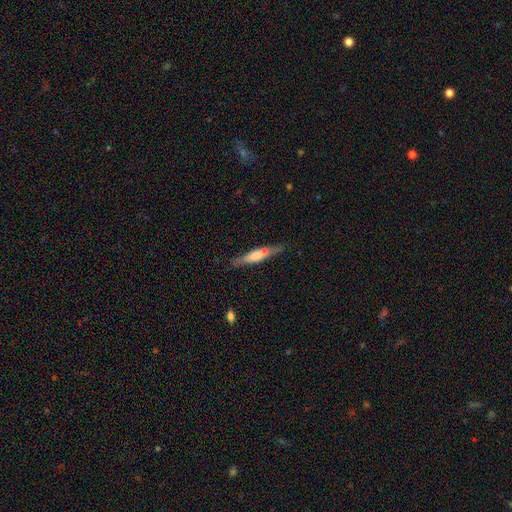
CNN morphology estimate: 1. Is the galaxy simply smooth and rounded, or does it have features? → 48% smooth, 46% featured or disk, 6% star or artifact.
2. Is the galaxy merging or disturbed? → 74% none, 16% minor disturbance, 6% merger, 4% major disturbance.